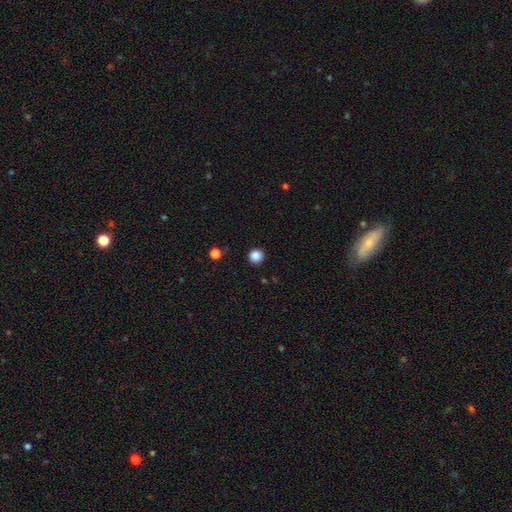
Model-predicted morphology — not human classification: Q: Smooth or featured?
A: smooth (87%); runner-up: star or artifact (11%)
Q: How rounded?
A: round (95%); runner-up: in between (4%)
Q: Merging?
A: none (92%); runner-up: minor disturbance (5%)